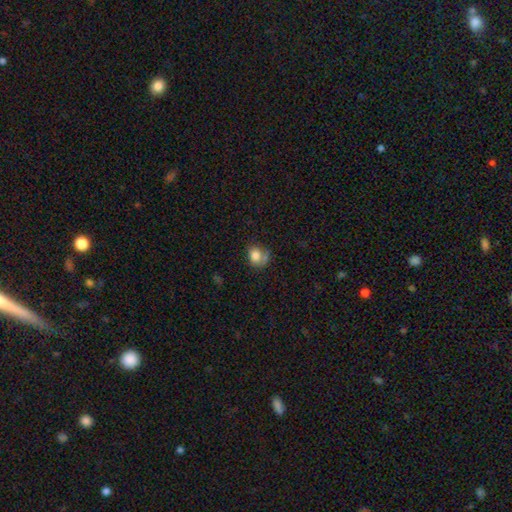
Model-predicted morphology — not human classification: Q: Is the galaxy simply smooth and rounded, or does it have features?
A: smooth — 78%.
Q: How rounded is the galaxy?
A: round — 61%.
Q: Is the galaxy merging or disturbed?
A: none — 45%.